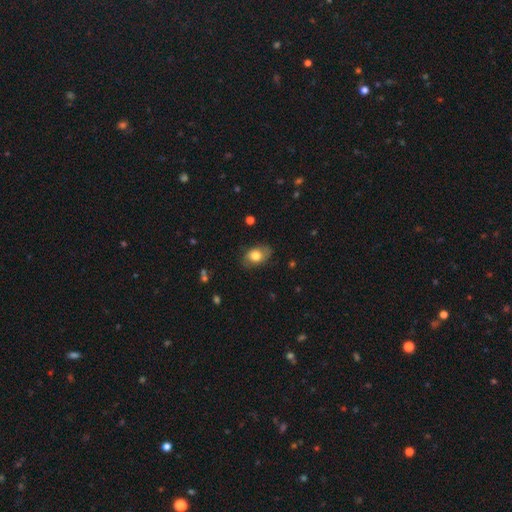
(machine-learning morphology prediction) Overall: smooth (77%). How rounded: in between (82%). Merging: none (77%).